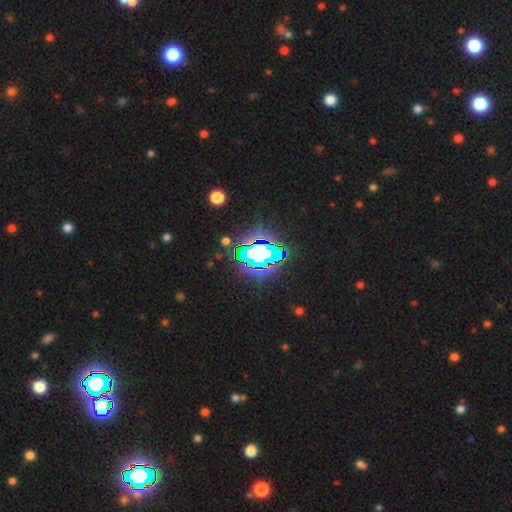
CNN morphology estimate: The model was most divided on "smooth or featured": star or artifact: 74%, smooth: 14%, featured or disk: 12%.